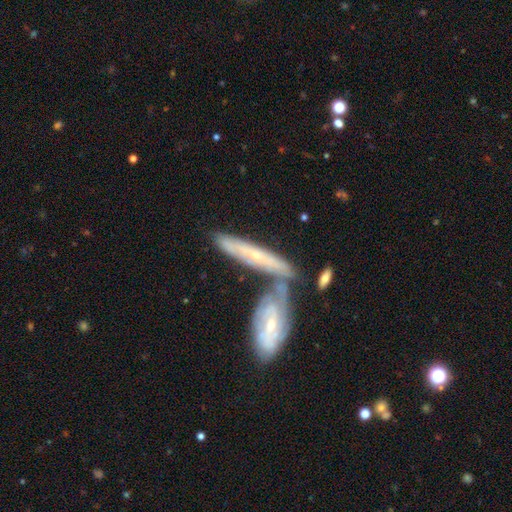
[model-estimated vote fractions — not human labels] Q: Smooth or featured?
A: featured or disk (64%); runner-up: smooth (29%)
Q: Edge-on disk?
A: yes (56%); runner-up: no (44%)
Q: Merging?
A: merger (45%); runner-up: none (38%)